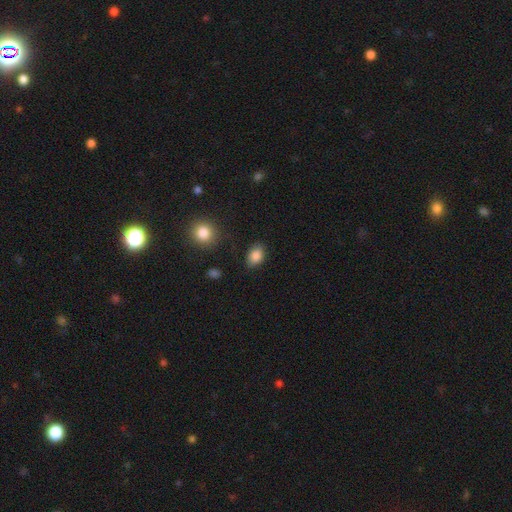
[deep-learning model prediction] Morphology: type=smooth (87%); roundness=in between (80%); merging=none (81%).